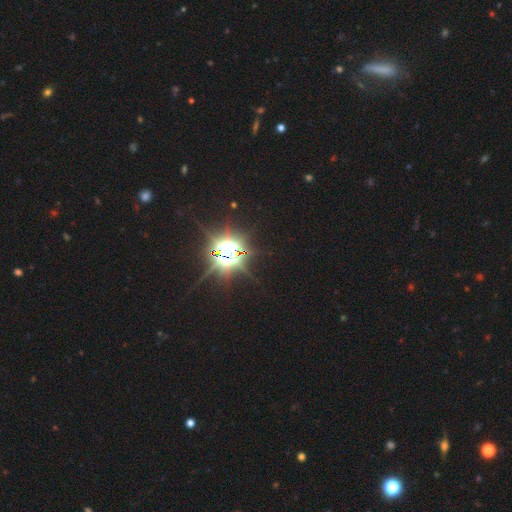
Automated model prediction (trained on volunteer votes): Smooth or featured: star or artifact — 85% (smooth — 9%)